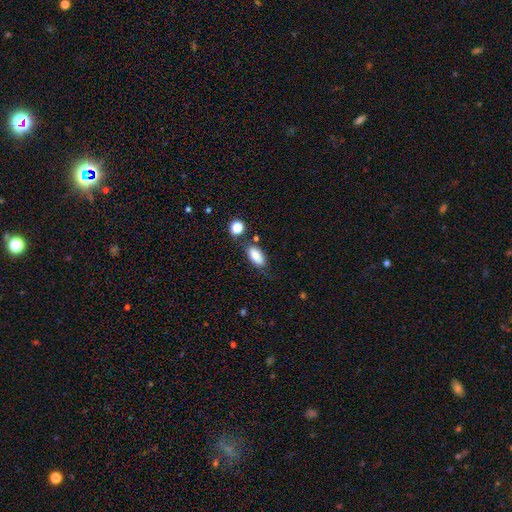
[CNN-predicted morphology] smooth-or-featured: smooth: 85% | star or artifact: 8% | featured or disk: 7%
  how-rounded: in between: 89% | cigar-shaped: 7% | round: 4%
  merging: none: 71% | minor disturbance: 17% | merger: 7% | major disturbance: 5%